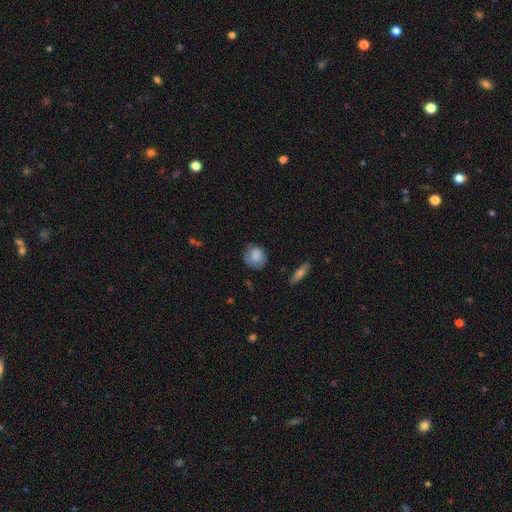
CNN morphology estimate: Smooth or featured? smooth (82%)
How rounded? round (76%)
Merging? none (67%)